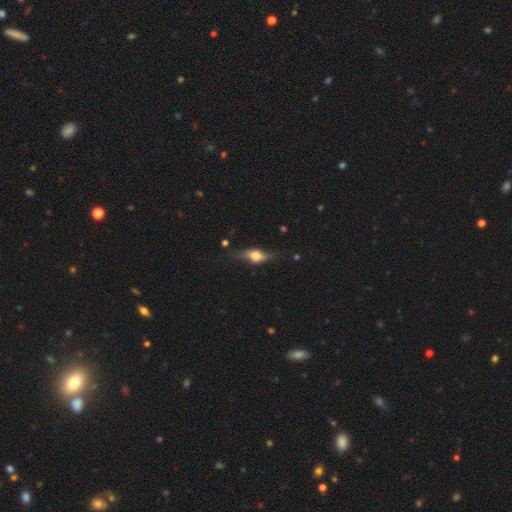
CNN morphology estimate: This appears to be a featured or disk galaxy (47%). Merging: none (70%).